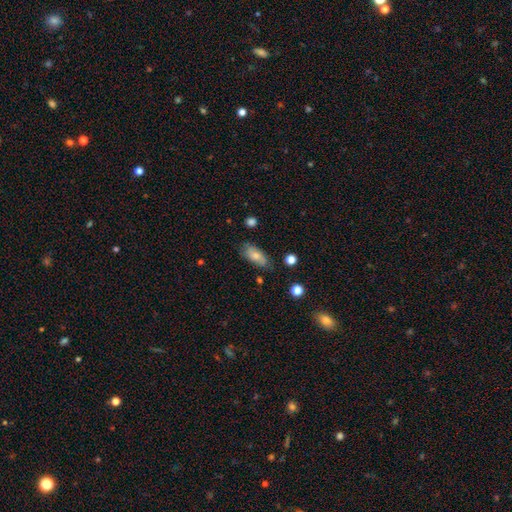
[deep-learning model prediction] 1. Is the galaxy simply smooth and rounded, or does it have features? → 71% smooth, 22% featured or disk, 8% star or artifact.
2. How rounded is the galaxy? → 84% in between, 13% cigar-shaped, 3% round.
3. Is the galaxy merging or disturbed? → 73% none, 20% minor disturbance, 4% major disturbance, 2% merger.